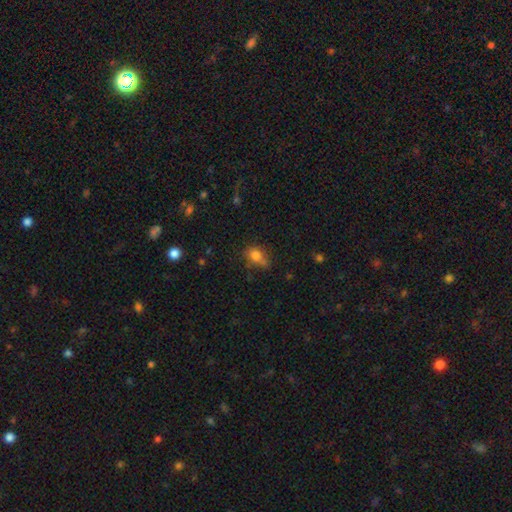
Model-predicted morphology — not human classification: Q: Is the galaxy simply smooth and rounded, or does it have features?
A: smooth — 77%.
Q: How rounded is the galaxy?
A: in between — 60%.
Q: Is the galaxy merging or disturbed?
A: none — 48%.